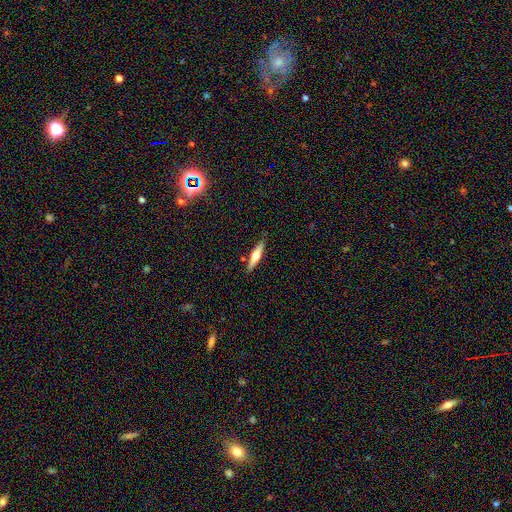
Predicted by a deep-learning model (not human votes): A featured or disk galaxy (55%) viewed edge-on (95%) with a rounded central bulge (92%). Merging: none (87%).